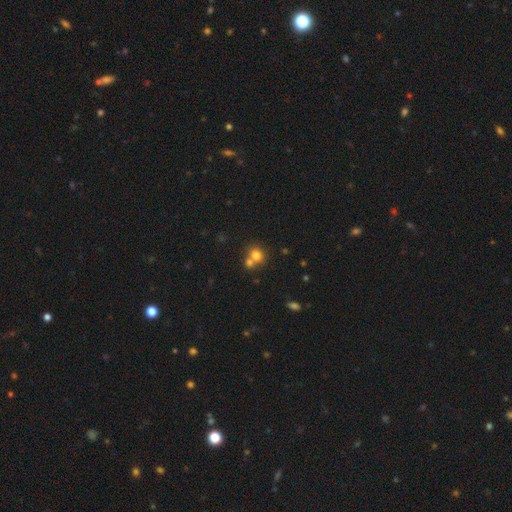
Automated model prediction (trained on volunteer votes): This appears to be a smooth galaxy with no disk features (76%) that is round (76%). Merging: merger (46%).